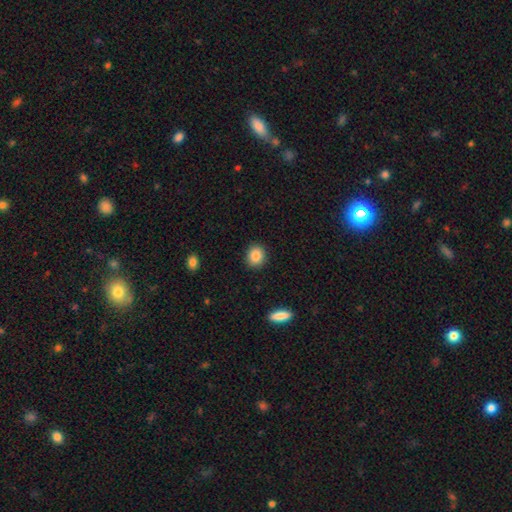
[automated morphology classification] Q: Smooth or featured?
A: smooth (86%); runner-up: star or artifact (9%)
Q: How rounded?
A: round (66%); runner-up: in between (33%)
Q: Merging?
A: none (91%); runner-up: minor disturbance (6%)